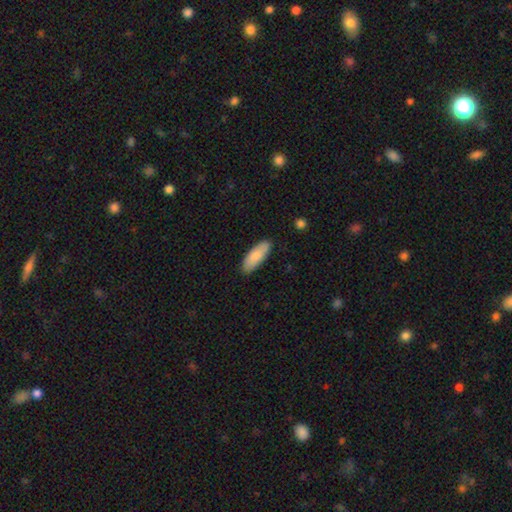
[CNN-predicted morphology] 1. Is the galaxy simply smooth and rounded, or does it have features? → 81% smooth, 13% featured or disk, 5% star or artifact.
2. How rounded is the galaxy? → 74% in between, 24% cigar-shaped, 2% round.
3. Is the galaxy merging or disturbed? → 87% none, 10% minor disturbance, 2% major disturbance, 1% merger.